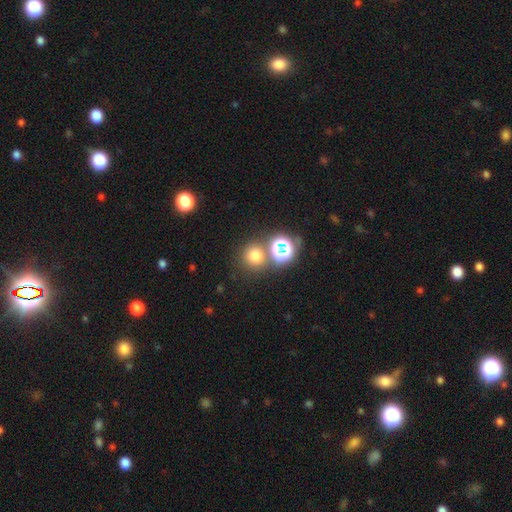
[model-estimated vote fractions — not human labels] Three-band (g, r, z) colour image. It shows a smooth galaxy with no disk features (69%) that is round (91%). Merging: none (71%).